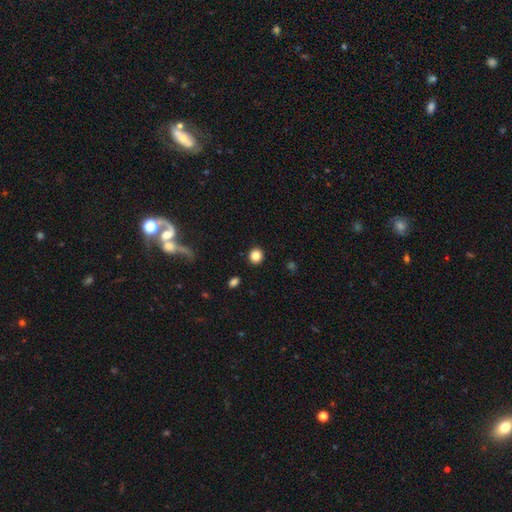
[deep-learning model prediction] smooth-or-featured: smooth: 85% | star or artifact: 11% | featured or disk: 5%
  how-rounded: round: 89% | in between: 10% | cigar-shaped: 1%
  merging: none: 92% | minor disturbance: 5% | major disturbance: 2% | merger: 1%